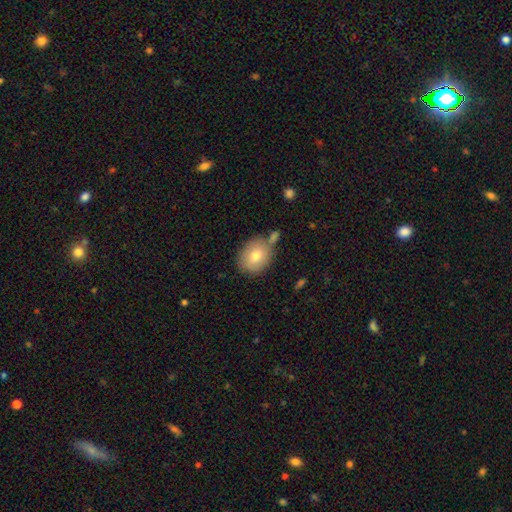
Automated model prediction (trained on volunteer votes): This appears to be a smooth galaxy with no disk features (77%) that is round (54%). Merging: none (68%).